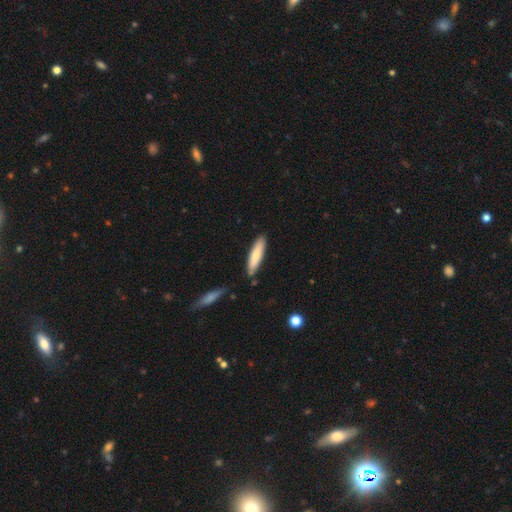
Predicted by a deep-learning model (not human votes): A smooth galaxy with no disk features (76%) that is cigar-shaped (73%). Merging: none (83%).